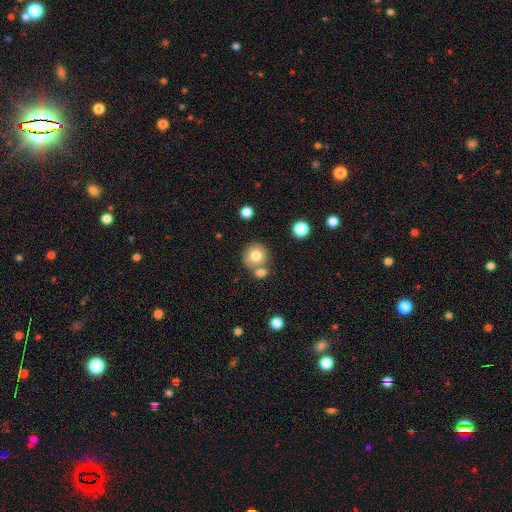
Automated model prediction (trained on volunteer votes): smooth-or-featured: smooth: 77% | featured or disk: 13% | star or artifact: 10%
  how-rounded: round: 91% | in between: 8% | cigar-shaped: 1%
  merging: none: 62% | merger: 26% | minor disturbance: 9% | major disturbance: 3%